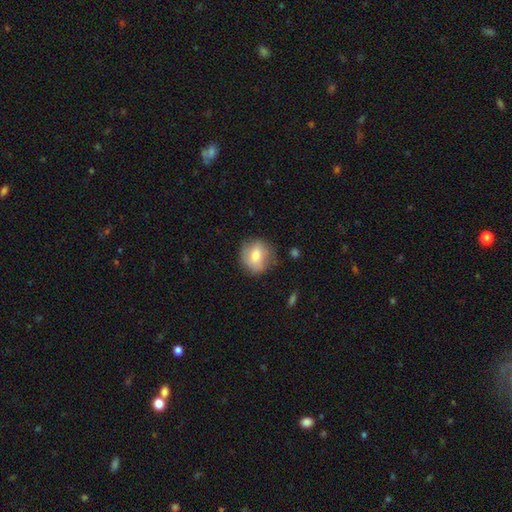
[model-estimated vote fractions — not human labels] Smooth or featured: smooth — 69% (featured or disk — 23%)
How rounded: round — 78% (in between — 20%)
Merging: none — 75% (minor disturbance — 19%)